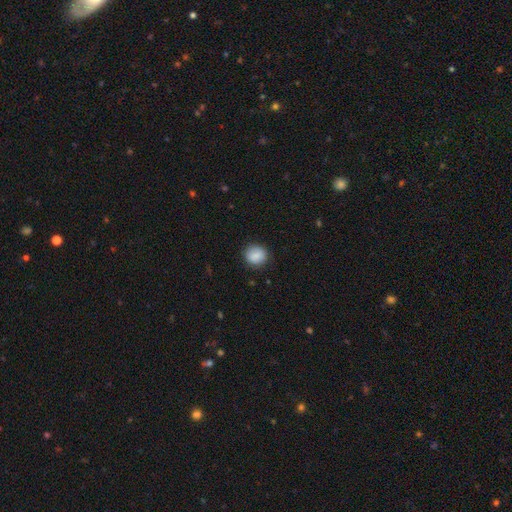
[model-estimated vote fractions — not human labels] smooth_or_featured: smooth (p=0.86) [alt: star or artifact p=0.08]
how_rounded: round (p=0.81) [alt: in between p=0.18]
merging: none (p=0.86) [alt: minor disturbance p=0.10]